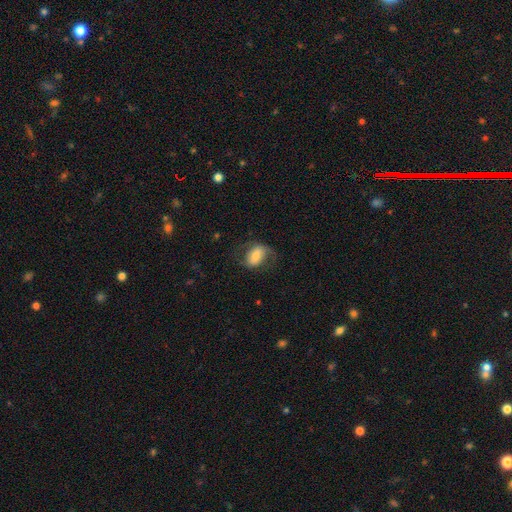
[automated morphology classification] Smooth or featured? smooth (52%)
How rounded? in between (81%)
Merging? none (60%)